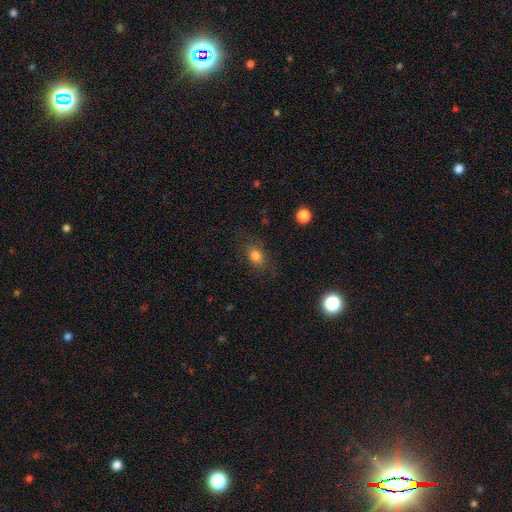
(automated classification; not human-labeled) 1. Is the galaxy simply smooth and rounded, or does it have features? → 78% smooth, 11% star or artifact, 10% featured or disk.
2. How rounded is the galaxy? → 68% in between, 30% round, 2% cigar-shaped.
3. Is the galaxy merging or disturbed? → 76% none, 16% minor disturbance, 7% major disturbance, 1% merger.